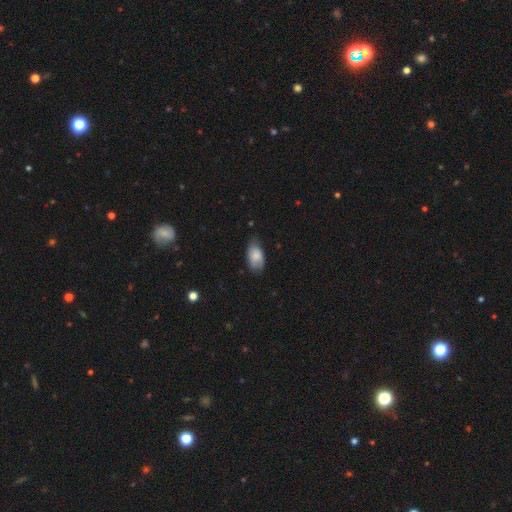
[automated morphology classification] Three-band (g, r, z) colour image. It shows a smooth galaxy with no disk features (80%) that is in between round and cigar-shaped (93%). Merging: none (67%).